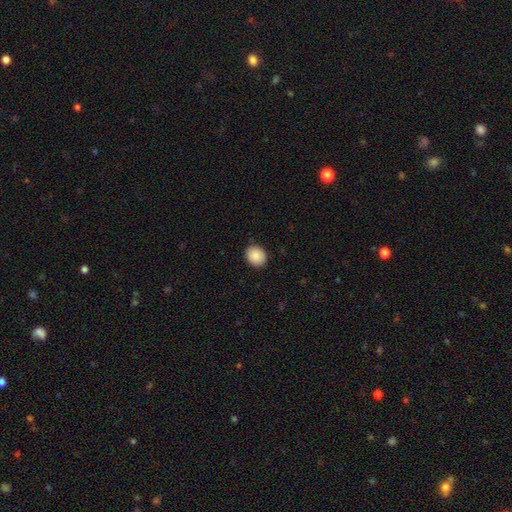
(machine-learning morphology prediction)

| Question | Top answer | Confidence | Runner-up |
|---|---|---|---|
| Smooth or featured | smooth | 89% | star or artifact (7%) |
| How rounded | round | 67% | in between (32%) |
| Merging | none | 88% | minor disturbance (9%) |